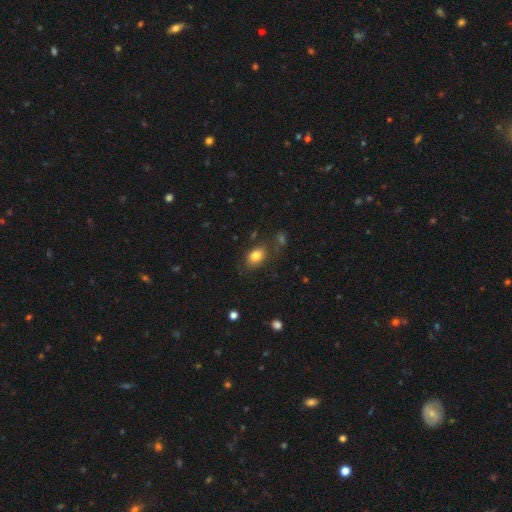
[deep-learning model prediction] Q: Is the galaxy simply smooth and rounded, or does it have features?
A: smooth — 81%.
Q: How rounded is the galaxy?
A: in between — 79%.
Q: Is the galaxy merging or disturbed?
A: none — 74%.